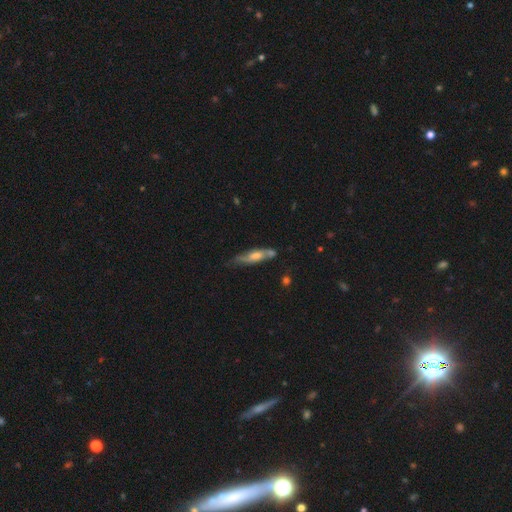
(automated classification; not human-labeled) smooth-or-featured: featured or disk: 52% | smooth: 42% | star or artifact: 7%
  disk-edge-on: yes: 56% | no: 44%
  merging: none: 57% | minor disturbance: 26% | merger: 9% | major disturbance: 8%